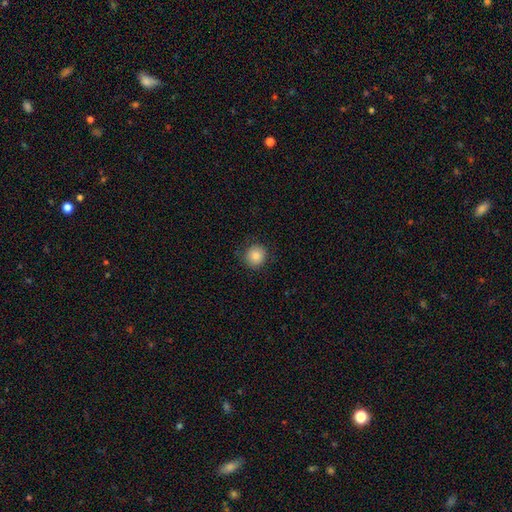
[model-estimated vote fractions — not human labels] This is clearly a smooth galaxy (84%). How rounded: clearly round (92%). Merging: clearly none (86%).